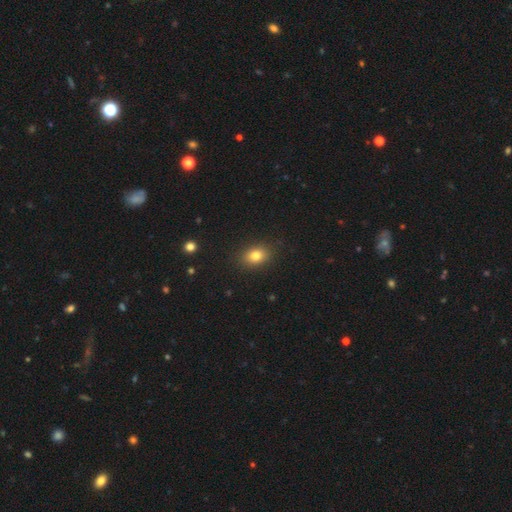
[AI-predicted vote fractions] Overall: smooth (80%). How rounded: in between (65%; round 34%). Merging: none (88%).